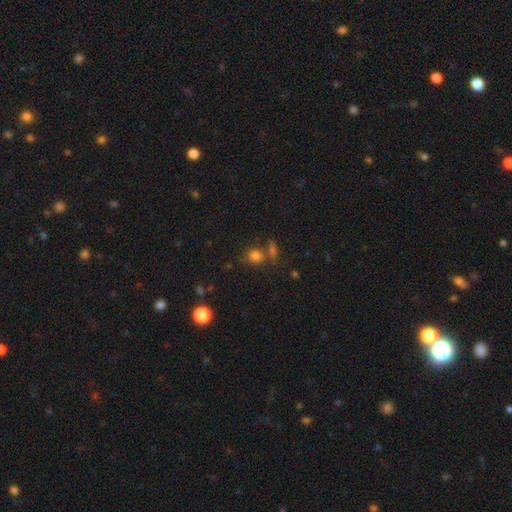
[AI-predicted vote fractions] Overall: smooth (77%). How rounded: round (69%). Merging: none (61%; merger 22%).